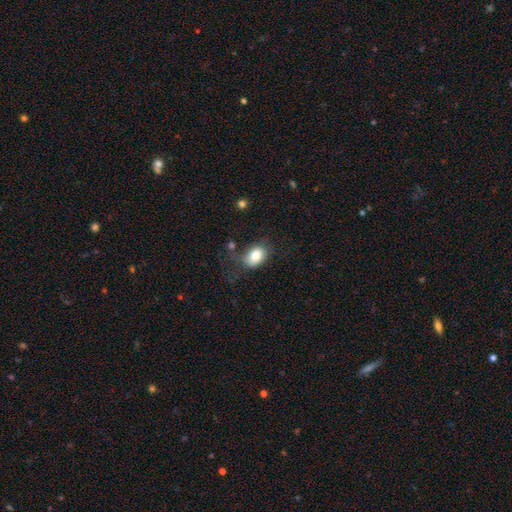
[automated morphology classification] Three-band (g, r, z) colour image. It shows a smooth galaxy with no disk features (80%) that is in between round and cigar-shaped (78%). Merging: none (55%).